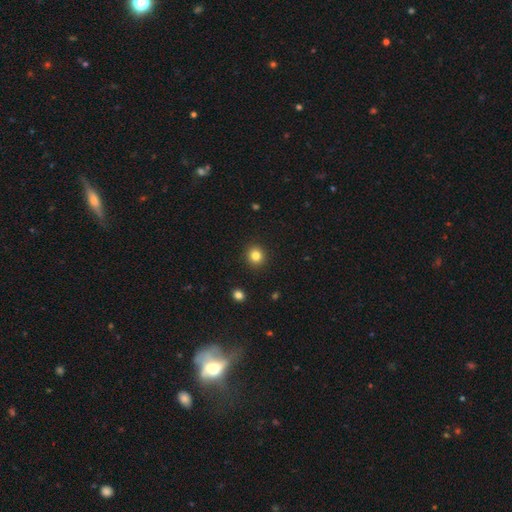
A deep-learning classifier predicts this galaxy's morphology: smooth-or-featured: smooth: 82% | star or artifact: 12% | featured or disk: 6%
  how-rounded: round: 89% | in between: 10% | cigar-shaped: 1%
  merging: none: 92% | minor disturbance: 5% | major disturbance: 2% | merger: 1%